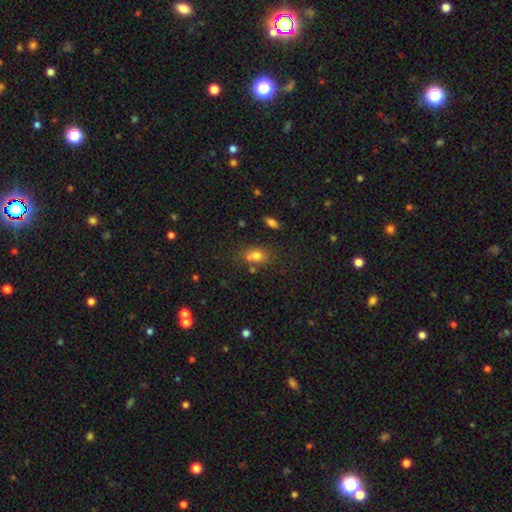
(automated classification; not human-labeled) A smooth galaxy with no disk features (72%) that is in between round and cigar-shaped (65%).

Vote fractions:
- Smooth or featured? smooth: 72% / star or artifact: 15% / featured or disk: 13%
- How rounded? in between: 65% / round: 33% / cigar-shaped: 3%
- Merging? none: 52% / merger: 28% / minor disturbance: 15% / major disturbance: 5%